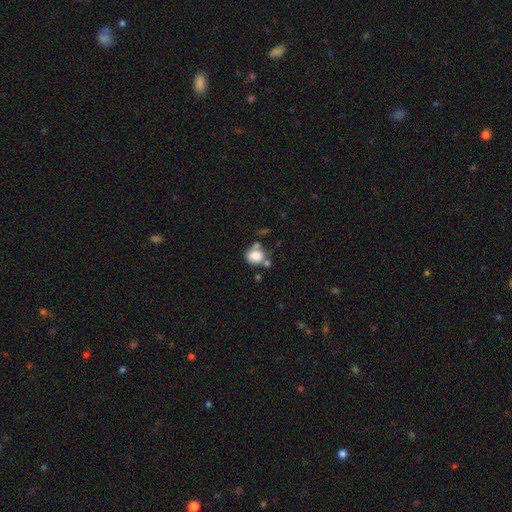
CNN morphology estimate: This is clearly a smooth galaxy (84%). How rounded: likely round (67%). Merging: possibly none (51%).